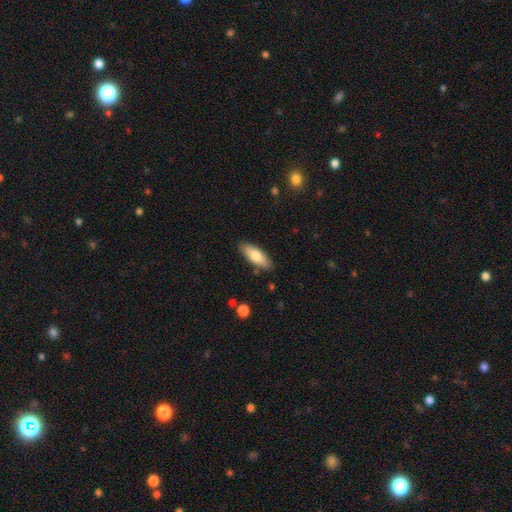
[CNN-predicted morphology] Smooth or featured? smooth (74%)
How rounded? in between (63%)
Merging? none (87%)